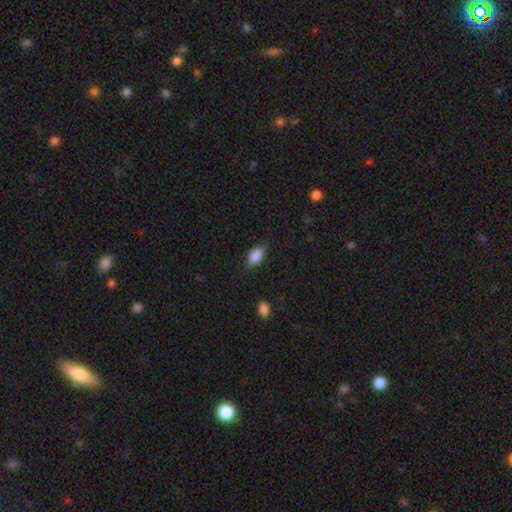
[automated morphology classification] A smooth galaxy with no disk features (88%) that is in between round and cigar-shaped (92%). Merging: none (84%).